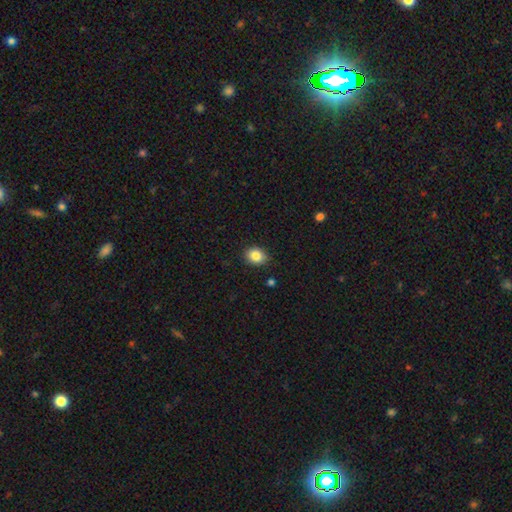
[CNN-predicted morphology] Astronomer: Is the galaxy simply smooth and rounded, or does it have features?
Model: smooth — 85%.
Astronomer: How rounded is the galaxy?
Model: in between — 52% (runner-up: round, 47%).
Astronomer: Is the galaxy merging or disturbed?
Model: none — 86%.